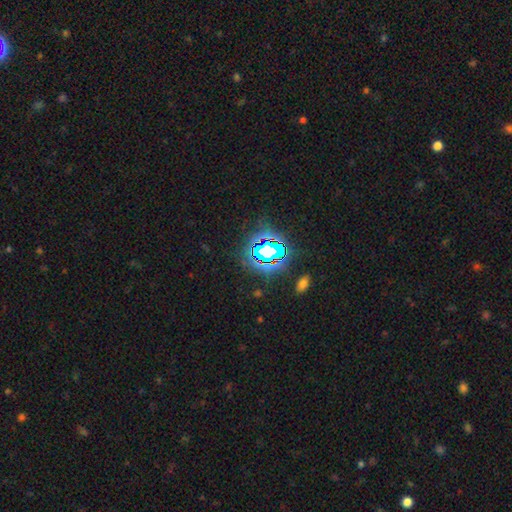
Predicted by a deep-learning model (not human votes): The model was most divided on "smooth or featured": star or artifact: 81%, smooth: 12%, featured or disk: 7%.